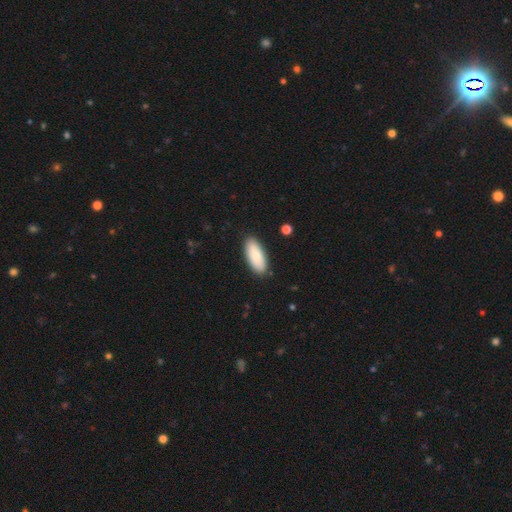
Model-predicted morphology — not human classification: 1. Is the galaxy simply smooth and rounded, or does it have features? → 85% smooth, 10% featured or disk, 5% star or artifact.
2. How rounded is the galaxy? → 84% in between, 15% cigar-shaped, 2% round.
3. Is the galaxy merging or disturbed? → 88% none, 9% minor disturbance, 2% major disturbance, 1% merger.